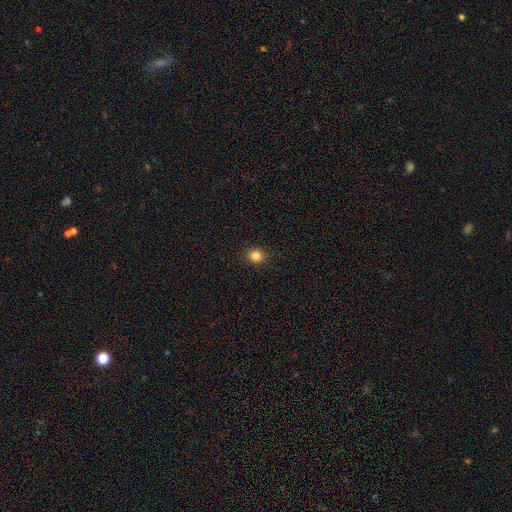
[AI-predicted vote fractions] Morphology: type=smooth (83%); roundness=round (80%); merging=none (91%).